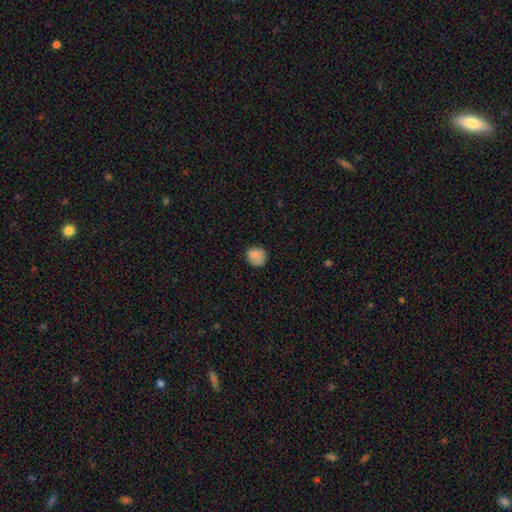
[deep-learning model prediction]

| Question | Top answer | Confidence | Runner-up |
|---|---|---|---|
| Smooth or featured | smooth | 86% | star or artifact (9%) |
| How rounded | round | 80% | in between (19%) |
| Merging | none | 80% | minor disturbance (15%) |